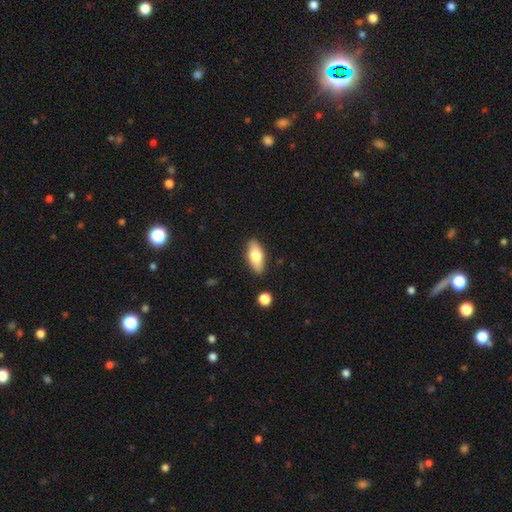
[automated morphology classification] smooth_or_featured: smooth (p=0.71) [alt: featured or disk p=0.23]
how_rounded: in between (p=0.82) [alt: cigar-shaped p=0.15]
merging: none (p=0.86) [alt: minor disturbance p=0.10]